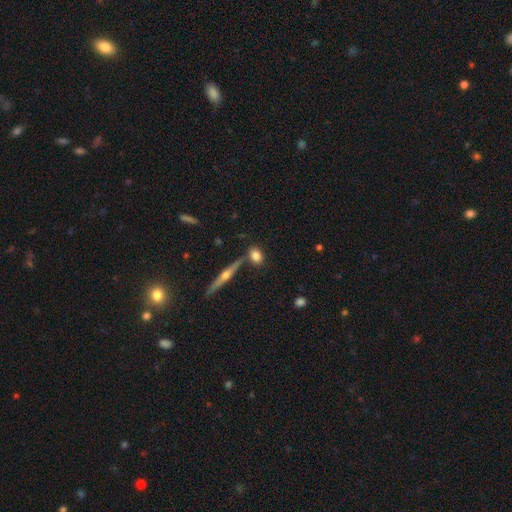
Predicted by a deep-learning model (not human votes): This is likely a smooth galaxy (77%). How rounded: possibly in between (57%). Merging: likely none (69%).